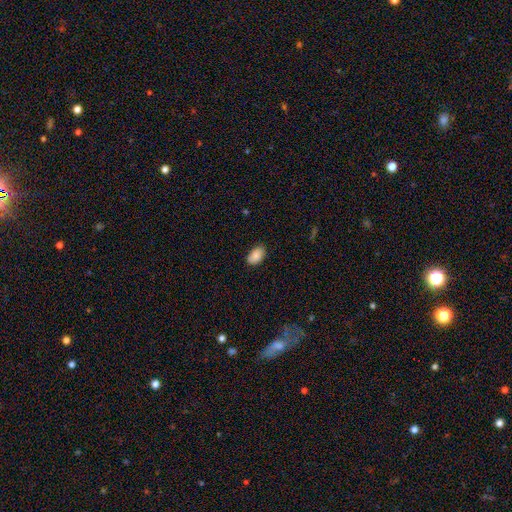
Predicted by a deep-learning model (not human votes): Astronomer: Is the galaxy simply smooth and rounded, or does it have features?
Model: smooth — 85%.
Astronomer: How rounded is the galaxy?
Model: in between — 91%.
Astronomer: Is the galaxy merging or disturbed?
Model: none — 81%.